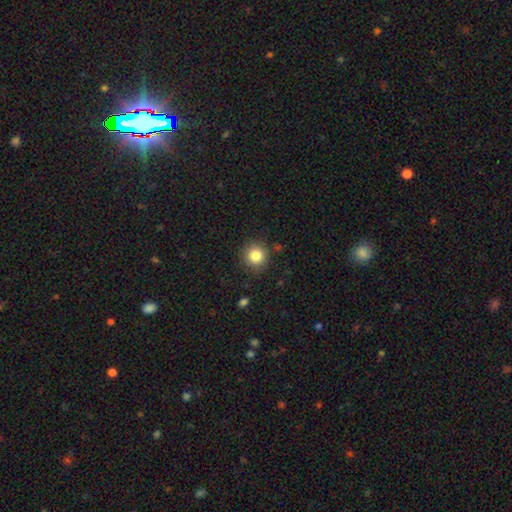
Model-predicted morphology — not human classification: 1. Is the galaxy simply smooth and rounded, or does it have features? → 84% smooth, 10% star or artifact, 5% featured or disk.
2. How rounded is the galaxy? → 93% round, 6% in between, 1% cigar-shaped.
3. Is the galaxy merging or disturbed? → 87% none, 9% minor disturbance, 3% major disturbance, 2% merger.